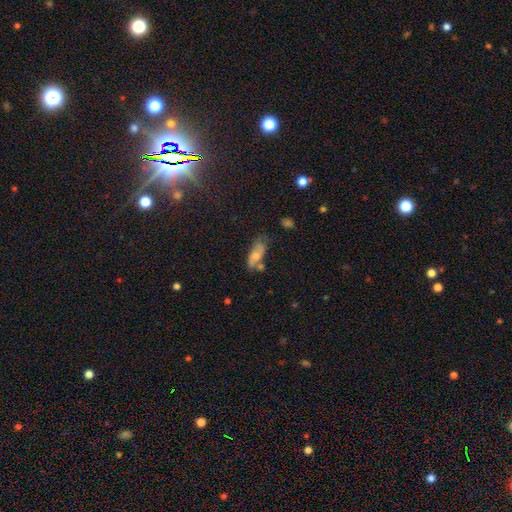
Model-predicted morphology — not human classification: The model was most divided on "smooth or featured": smooth: 54%, featured or disk: 34%, star or artifact: 12%. More confident: how rounded — in between (76%); merging — none (53%).